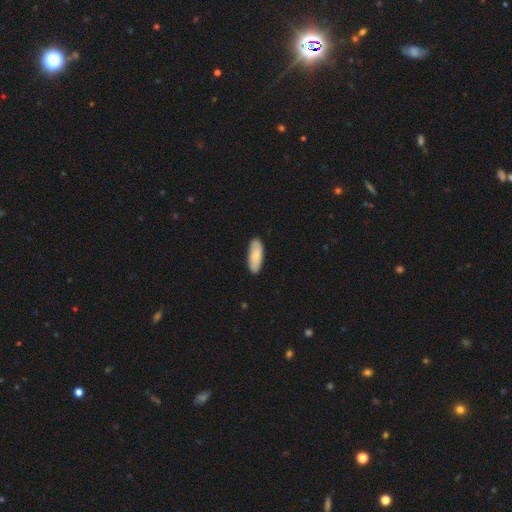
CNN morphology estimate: Overall: smooth (80%). How rounded: in between (73%). Merging: none (87%).